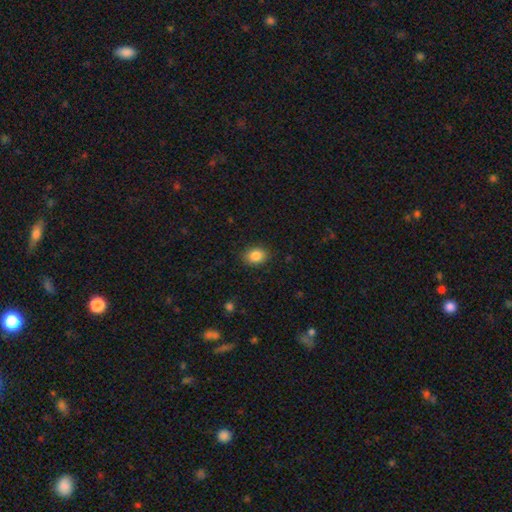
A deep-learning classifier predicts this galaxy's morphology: Smooth or featured? smooth (86%)
How rounded? in between (68%)
Merging? none (88%)